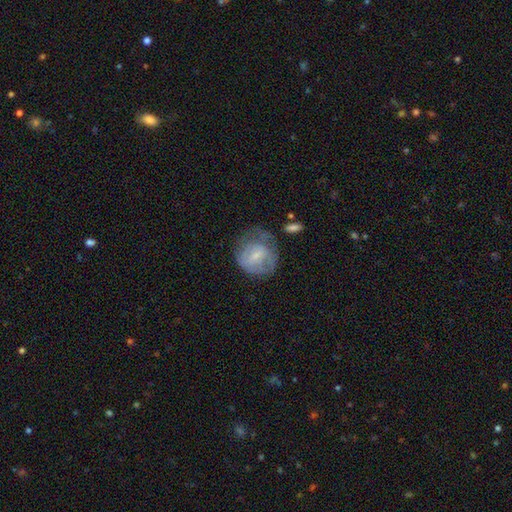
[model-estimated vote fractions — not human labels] Overall: featured or disk (47%; smooth 45%). Merging: none (44%; minor disturbance 29%).